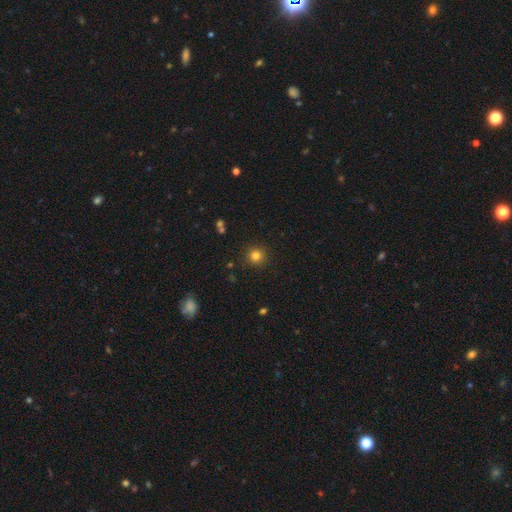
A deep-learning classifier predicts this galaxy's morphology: This is clearly a smooth galaxy (81%). How rounded: clearly round (94%). Merging: clearly none (90%).